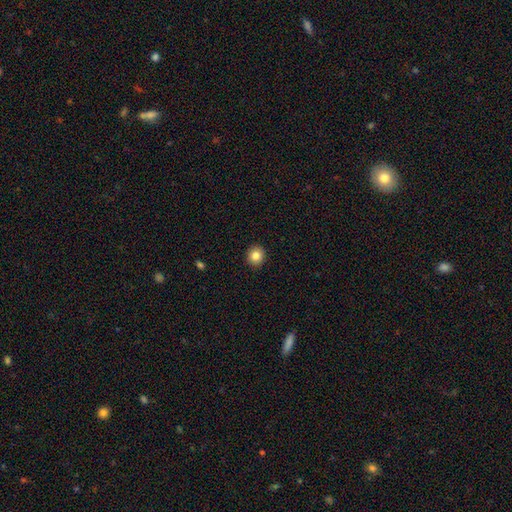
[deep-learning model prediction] The model was most divided on "smooth or featured": smooth: 84%, star or artifact: 10%, featured or disk: 7%. More confident: merging — none (93%); how rounded — round (88%).